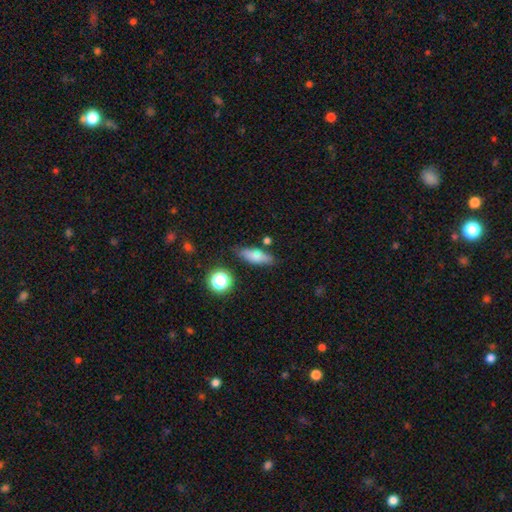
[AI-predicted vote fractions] This is likely a smooth galaxy (72%). How rounded: possibly in between (57%). Merging: likely none (74%).